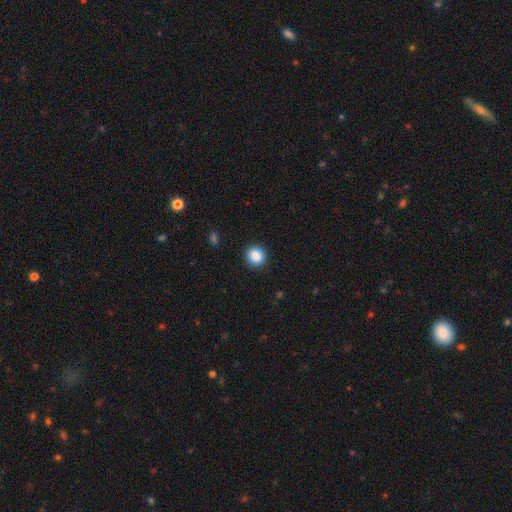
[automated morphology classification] smooth 87%, star or artifact 9%, featured or disk 4%. Down the decision tree: how rounded — round (89%); merging — none (91%).